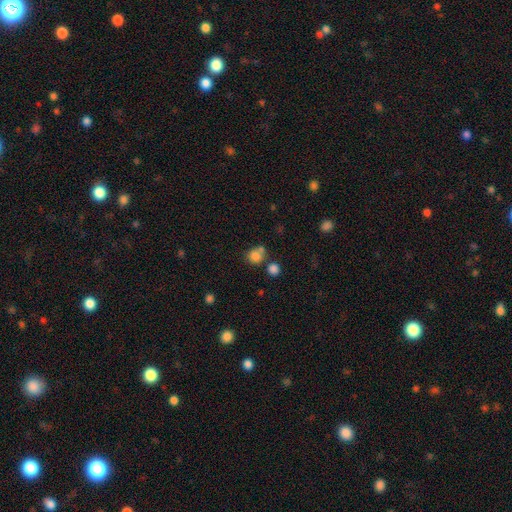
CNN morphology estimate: This appears to be a smooth galaxy with no disk features (79%) that is round (81%). Merging: none (54%).